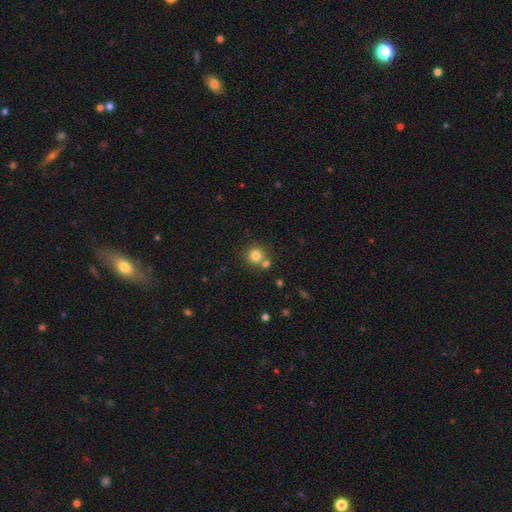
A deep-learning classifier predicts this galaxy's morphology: The model was most divided on "merging": none: 65%, merger: 25%, minor disturbance: 8%, major disturbance: 3%. More confident: how rounded — round (91%); smooth or featured — smooth (79%).